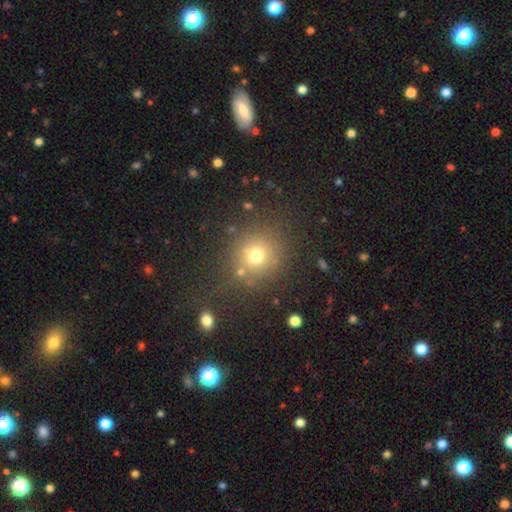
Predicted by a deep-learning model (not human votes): Smooth or featured? smooth (70%)
How rounded? round (87%)
Merging? none (74%)